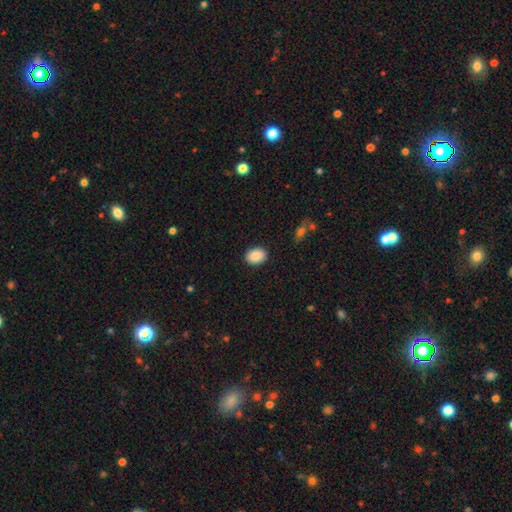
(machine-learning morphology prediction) smooth 88%, star or artifact 8%, featured or disk 4%. Down the decision tree: how rounded — in between (59%); merging — none (89%).